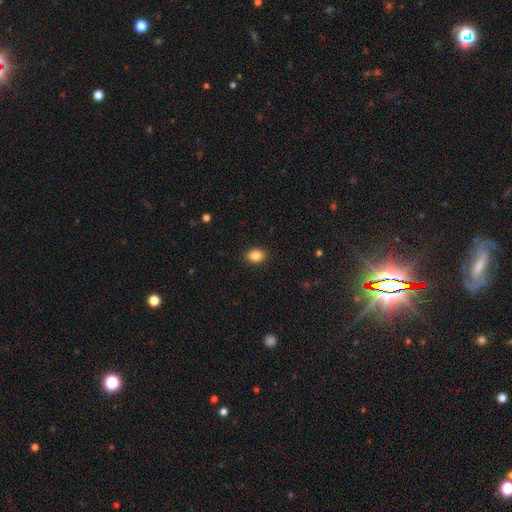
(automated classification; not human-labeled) smooth_or_featured: smooth (p=0.87) [alt: star or artifact p=0.09]
how_rounded: in between (p=0.77) [alt: round p=0.22]
merging: none (p=0.90) [alt: minor disturbance p=0.07]